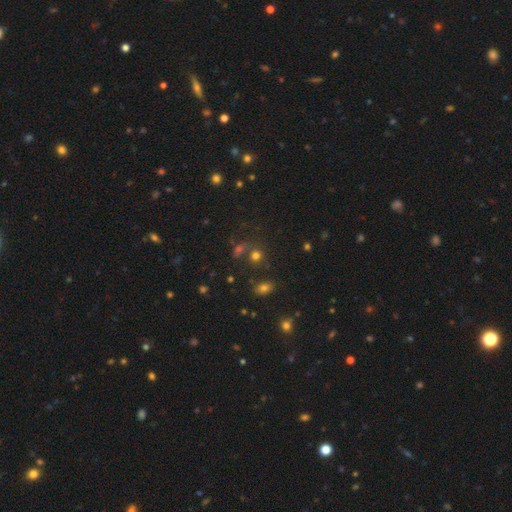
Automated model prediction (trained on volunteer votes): smooth-or-featured: smooth: 67% | star or artifact: 23% | featured or disk: 9%
  how-rounded: round: 77% | in between: 21% | cigar-shaped: 1%
  merging: none: 58% | merger: 24% | minor disturbance: 11% | major disturbance: 7%